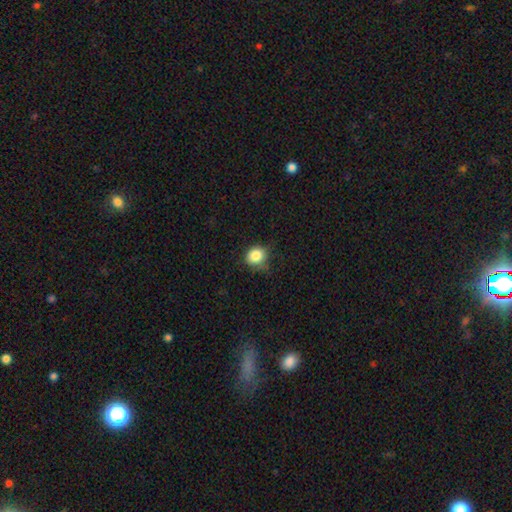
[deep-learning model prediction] Q: Smooth or featured?
A: smooth (85%); runner-up: star or artifact (10%)
Q: How rounded?
A: round (74%); runner-up: in between (25%)
Q: Merging?
A: none (68%); runner-up: minor disturbance (25%)